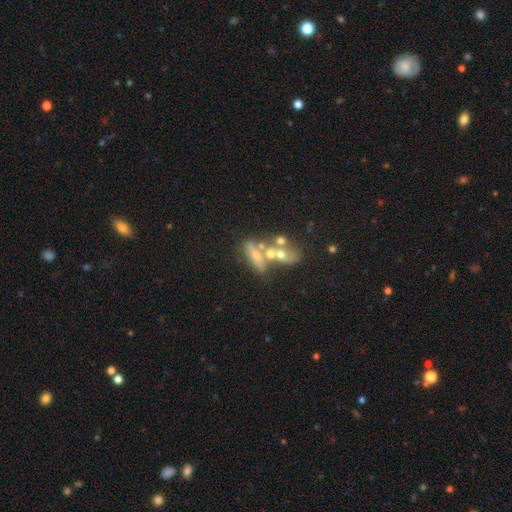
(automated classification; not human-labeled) The model was most divided on "smooth or featured": smooth: 44%, featured or disk: 42%, star or artifact: 14%. More confident: merging — merger (51%).